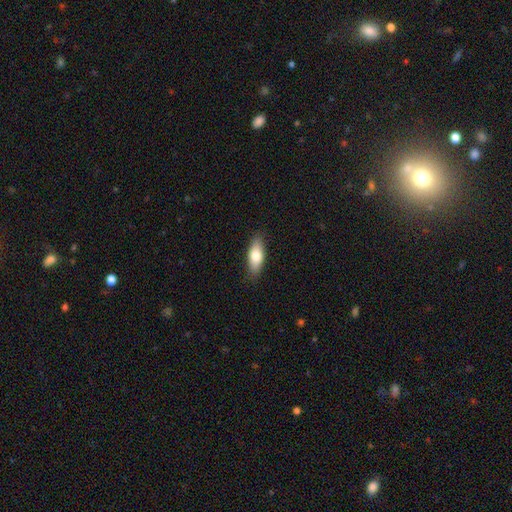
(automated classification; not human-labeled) smooth 76%, featured or disk 18%, star or artifact 6%. Down the decision tree: how rounded — in between (75%); merging — none (87%).